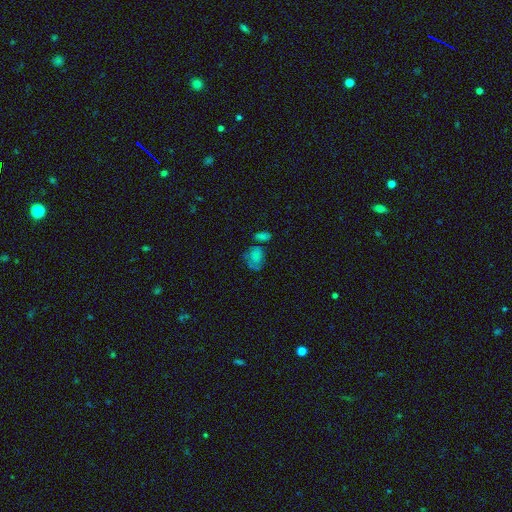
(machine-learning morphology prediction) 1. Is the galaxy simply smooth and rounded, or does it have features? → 66% smooth, 19% featured or disk, 15% star or artifact.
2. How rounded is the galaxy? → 63% in between, 35% round, 2% cigar-shaped.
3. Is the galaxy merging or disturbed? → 40% none, 23% minor disturbance, 21% merger, 17% major disturbance.